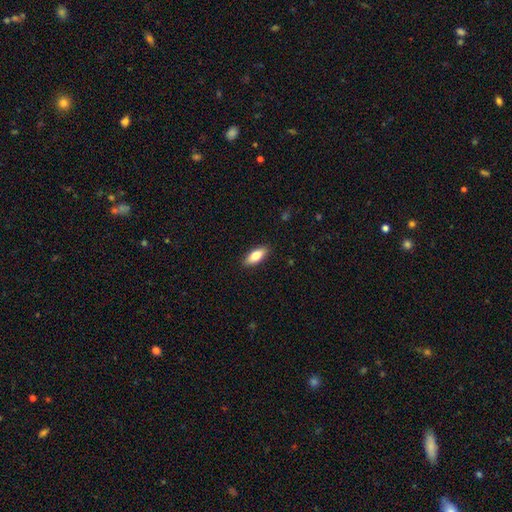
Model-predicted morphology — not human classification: Smooth or featured?
  - smooth: 76% *
  - featured or disk: 17%
  - star or artifact: 6%
How rounded?
  - in between: 75% *
  - cigar-shaped: 22%
  - round: 2%
Merging?
  - none: 89% *
  - minor disturbance: 8%
  - major disturbance: 2%
  - merger: 1%